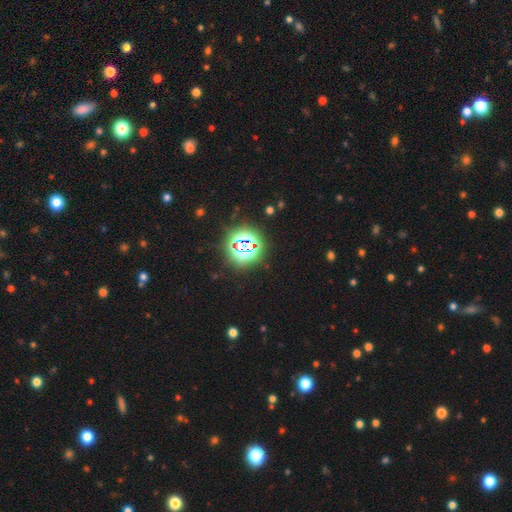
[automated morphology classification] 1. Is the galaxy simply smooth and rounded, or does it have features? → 82% star or artifact, 12% smooth, 6% featured or disk.